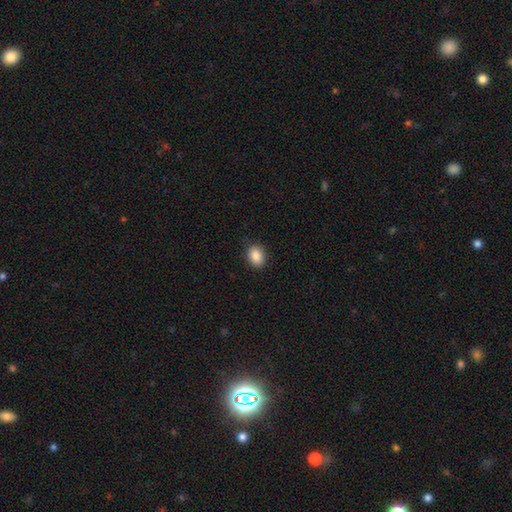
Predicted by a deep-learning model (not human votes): Smooth or featured?
  - smooth: 89% *
  - star or artifact: 8%
  - featured or disk: 3%
How rounded?
  - in between: 72% *
  - round: 27%
  - cigar-shaped: 1%
Merging?
  - none: 86% *
  - minor disturbance: 10%
  - major disturbance: 2%
  - merger: 1%